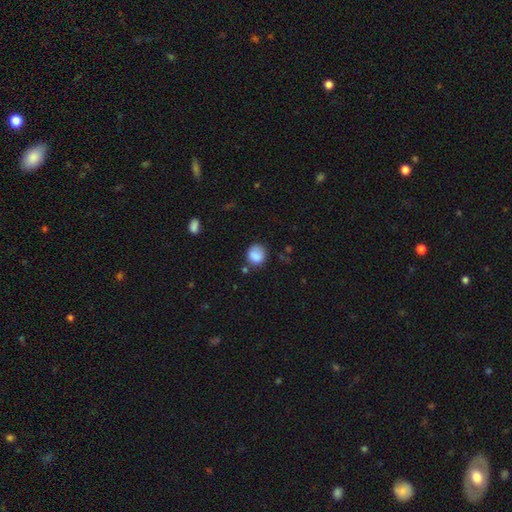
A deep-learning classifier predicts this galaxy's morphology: smooth 85%, star or artifact 9%, featured or disk 6%. Down the decision tree: how rounded — round (80%); merging — none (69%).